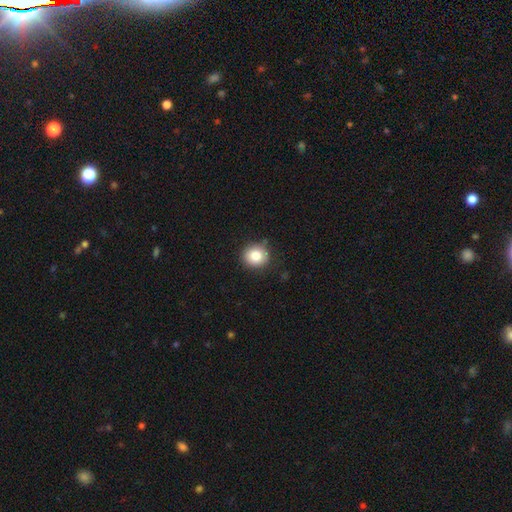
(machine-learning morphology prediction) Overall: smooth (84%). How rounded: round (89%). Merging: none (84%).